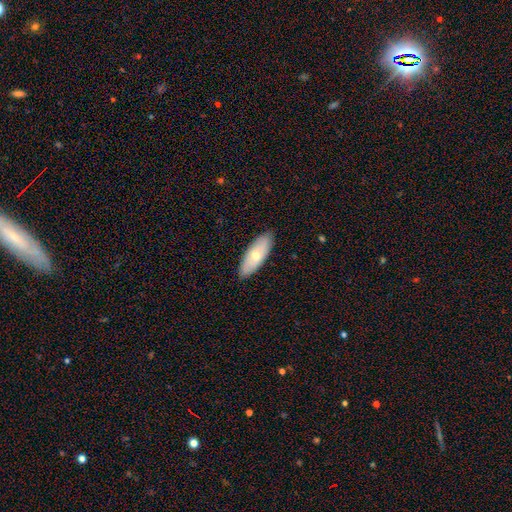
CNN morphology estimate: This appears to be a smooth galaxy with no disk features (61%) that is in between round and cigar-shaped (72%). Merging: none (87%).